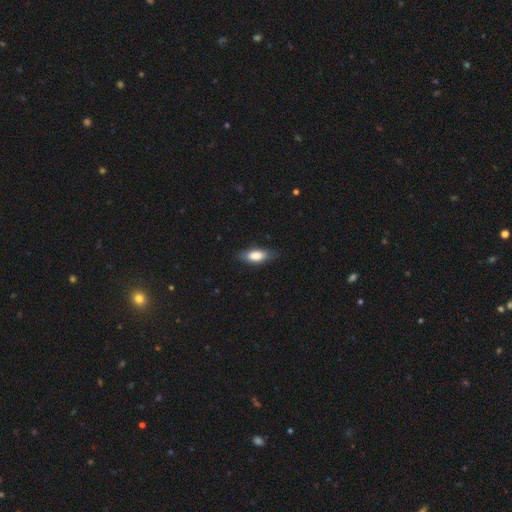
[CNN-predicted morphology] smooth-or-featured: smooth: 79% | featured or disk: 15% | star or artifact: 6%
  how-rounded: in between: 78% | cigar-shaped: 20% | round: 2%
  merging: none: 80% | minor disturbance: 16% | major disturbance: 3% | merger: 1%